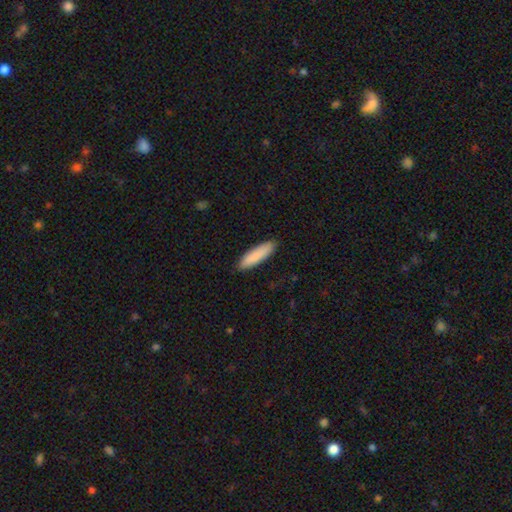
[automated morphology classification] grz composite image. It shows a smooth galaxy with no disk features (88%) that is cigar-shaped (67%). Merging: none (89%).